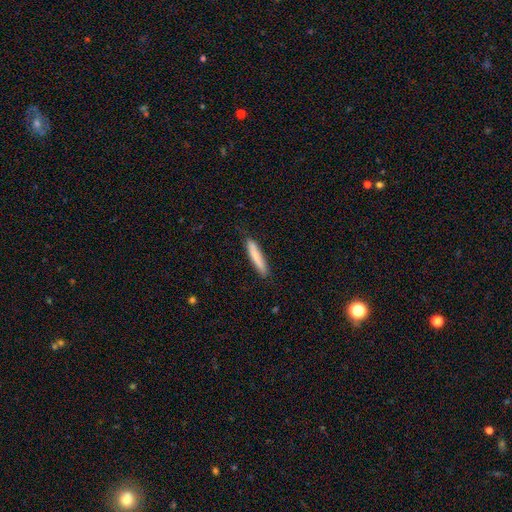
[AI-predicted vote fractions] Q: Smooth or featured?
A: smooth (78%); runner-up: featured or disk (16%)
Q: How rounded?
A: cigar-shaped (92%); runner-up: in between (7%)
Q: Merging?
A: none (85%); runner-up: minor disturbance (12%)